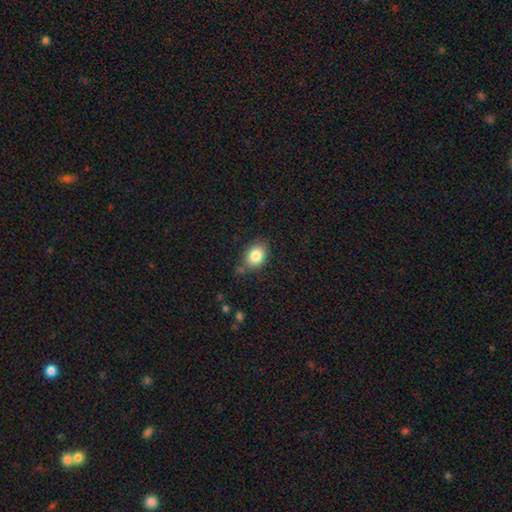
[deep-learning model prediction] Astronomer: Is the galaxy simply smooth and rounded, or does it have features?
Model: smooth — 84%.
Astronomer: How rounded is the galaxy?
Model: in between — 72%.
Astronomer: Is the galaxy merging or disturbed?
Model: none — 75%.